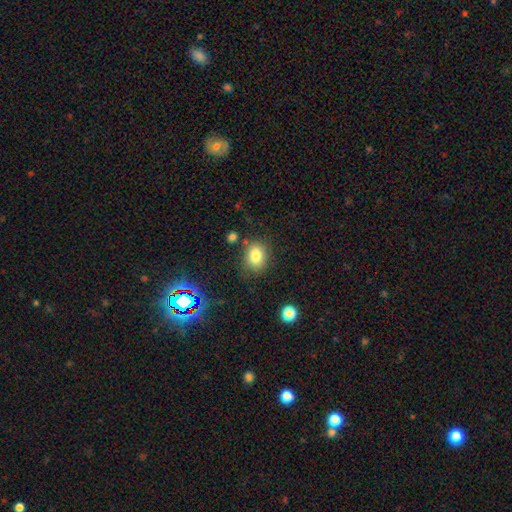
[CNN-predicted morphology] smooth-or-featured: smooth: 80% | star or artifact: 12% | featured or disk: 8%
  how-rounded: round: 51% | in between: 48% | cigar-shaped: 1%
  merging: none: 77% | minor disturbance: 14% | merger: 5% | major disturbance: 4%